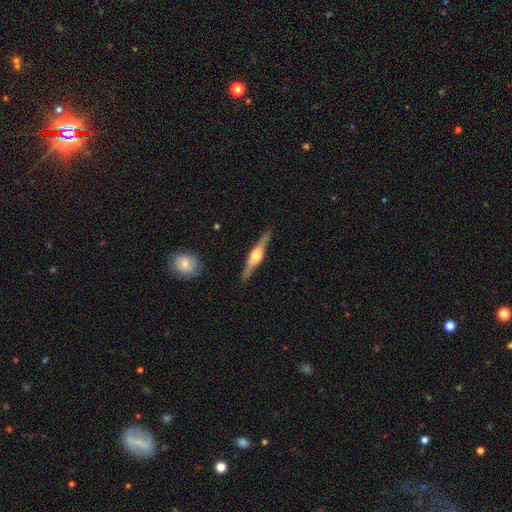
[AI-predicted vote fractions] This appears to be a featured or disk galaxy (75%) viewed edge-on (97%) with a rounded central bulge (90%). Merging: none (89%).